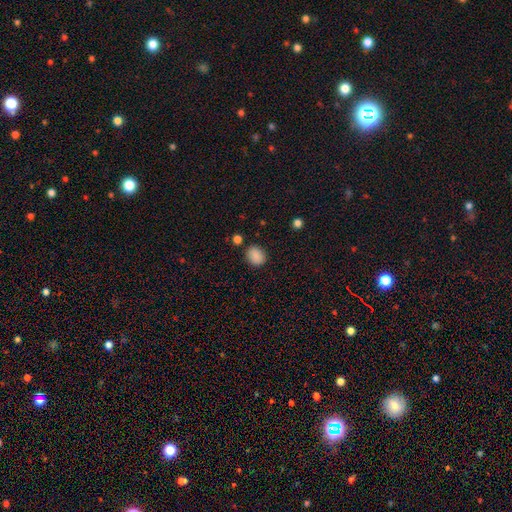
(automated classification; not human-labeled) Morphology: type=smooth (87%); roundness=round (58%); merging=none (83%).